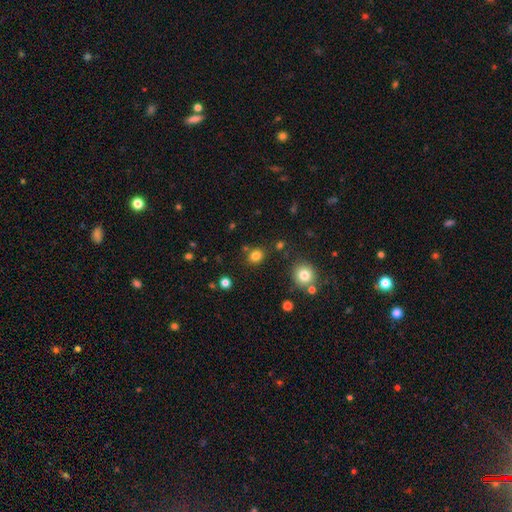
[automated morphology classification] A smooth galaxy with no disk features (81%) that is round (66%).

Vote fractions:
- Smooth or featured? smooth: 81% / star or artifact: 14% / featured or disk: 5%
- How rounded? round: 66% / in between: 33% / cigar-shaped: 1%
- Merging? none: 81% / minor disturbance: 10% / merger: 6% / major disturbance: 3%